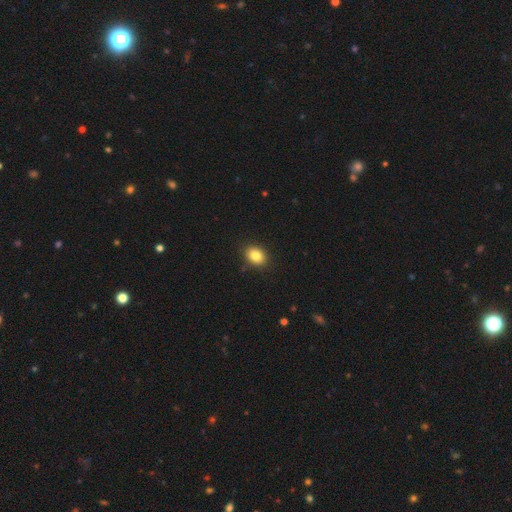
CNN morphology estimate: type=smooth (85%); roundness=in between (60%); merging=none (88%).